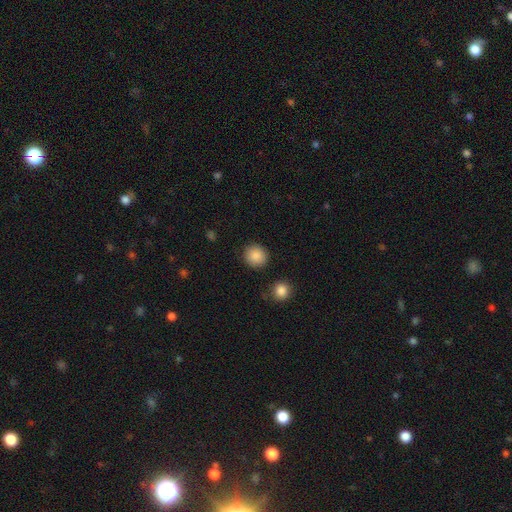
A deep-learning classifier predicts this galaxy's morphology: Q: Smooth or featured?
A: smooth (88%); runner-up: star or artifact (8%)
Q: How rounded?
A: round (89%); runner-up: in between (10%)
Q: Merging?
A: none (89%); runner-up: minor disturbance (7%)